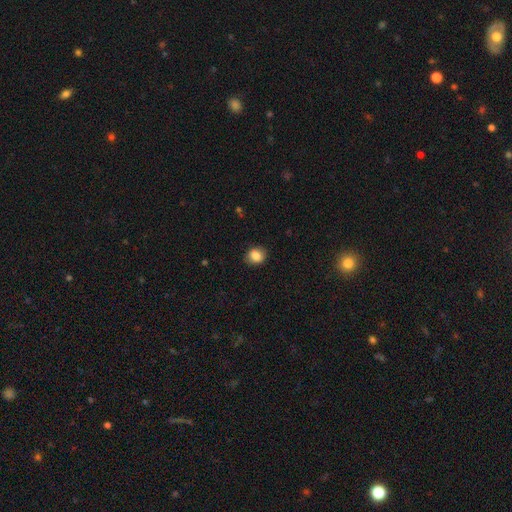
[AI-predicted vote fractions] The model was most divided on "how rounded": round: 59%, in between: 40%, cigar-shaped: 1%. More confident: merging — none (84%); smooth or featured — smooth (84%).